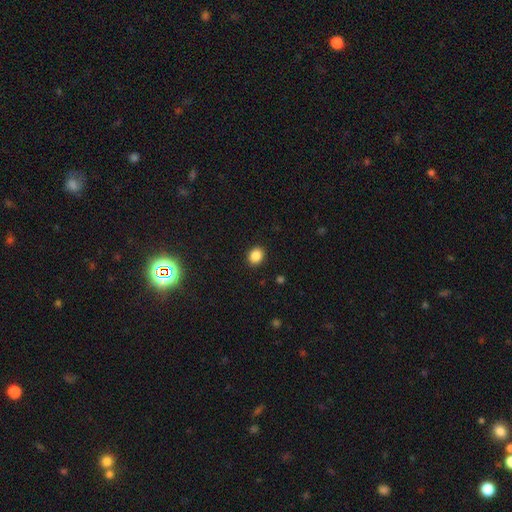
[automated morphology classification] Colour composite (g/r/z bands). It shows a smooth galaxy with no disk features (86%) that is round (58%). Merging: none (91%).